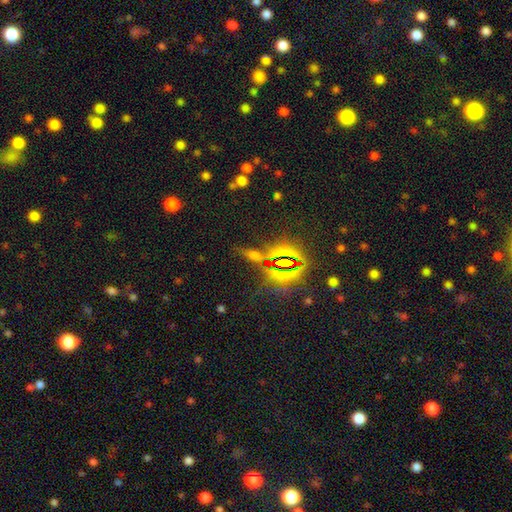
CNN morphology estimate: Smooth or featured? Predicted: star or artifact (p=0.55).